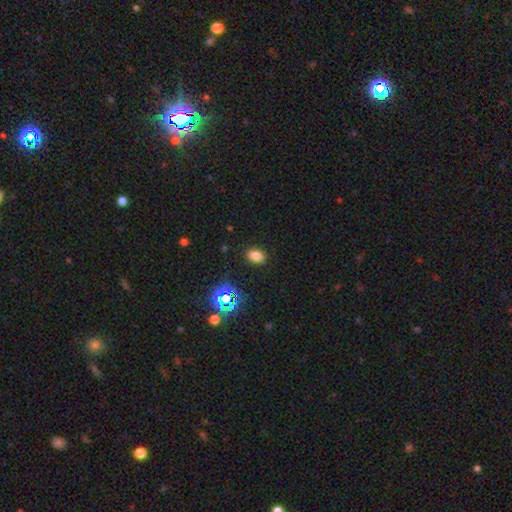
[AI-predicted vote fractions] Smooth or featured: smooth — 75% (star or artifact — 18%)
How rounded: in between — 76% (round — 23%)
Merging: none — 88% (minor disturbance — 8%)